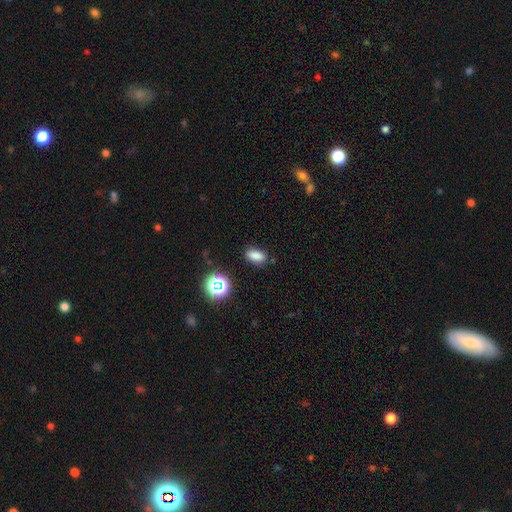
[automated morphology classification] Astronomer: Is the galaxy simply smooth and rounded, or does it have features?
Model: smooth — 80%.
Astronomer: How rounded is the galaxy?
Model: in between — 86%.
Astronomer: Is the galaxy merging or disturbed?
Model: none — 84%.